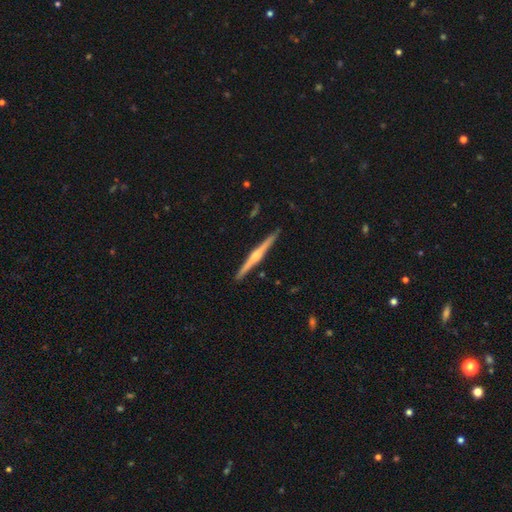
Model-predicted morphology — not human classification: This appears to be a featured or disk galaxy (78%) viewed edge-on (99%) with a rounded central bulge (84%). Merging: none (92%).